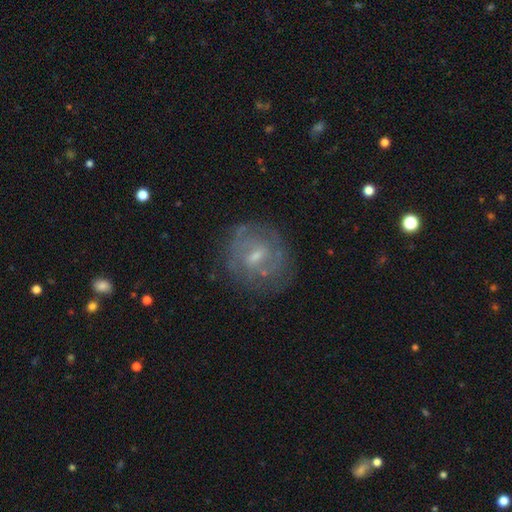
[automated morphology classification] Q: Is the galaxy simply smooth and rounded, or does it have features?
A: featured or disk — 67%.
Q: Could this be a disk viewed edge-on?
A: no — 96%.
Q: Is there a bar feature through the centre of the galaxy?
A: weak — 56%.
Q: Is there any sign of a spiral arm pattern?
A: yes — 70%.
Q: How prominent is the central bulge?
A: small — 52%.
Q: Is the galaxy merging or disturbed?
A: none — 74%.